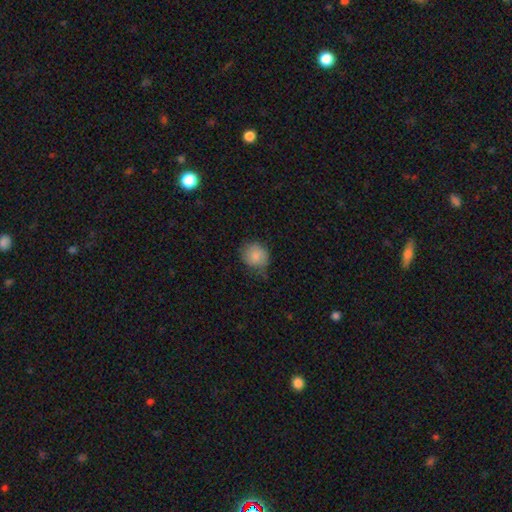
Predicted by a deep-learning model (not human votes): Q: Smooth or featured?
A: smooth (80%); runner-up: featured or disk (12%)
Q: How rounded?
A: round (78%); runner-up: in between (21%)
Q: Merging?
A: none (58%); runner-up: minor disturbance (32%)